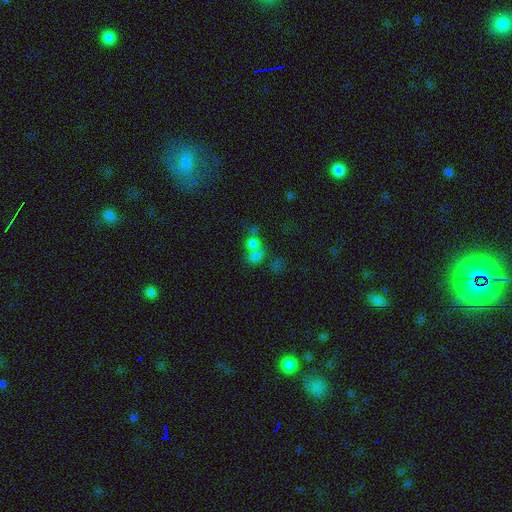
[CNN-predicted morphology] type=smooth (68%); roundness=round (64%); merging=merger (58%).